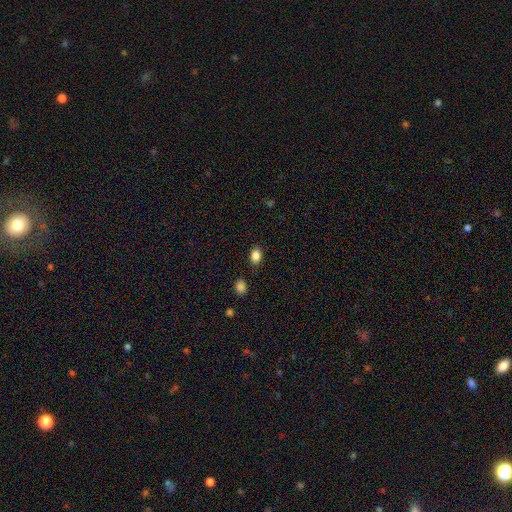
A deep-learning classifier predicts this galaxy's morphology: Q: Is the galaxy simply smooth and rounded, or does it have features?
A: smooth — 86%.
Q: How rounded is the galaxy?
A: in between — 74%.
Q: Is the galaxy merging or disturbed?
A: none — 83%.